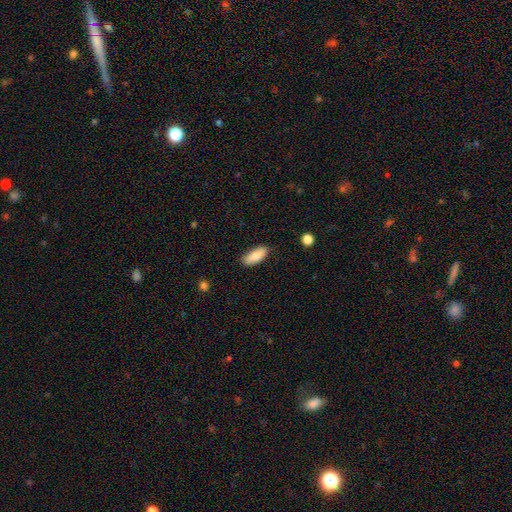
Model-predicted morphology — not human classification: type=smooth (88%); roundness=in between (80%); merging=none (84%).